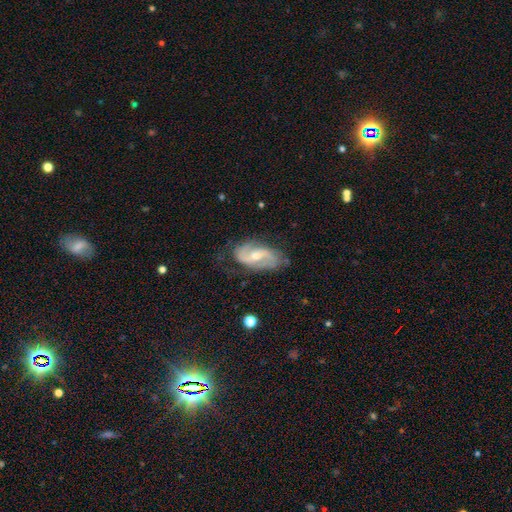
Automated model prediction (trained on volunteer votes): The model was most divided on "spiral winding": medium: 44%, loose: 36%, tight: 20%. Remaining: edge-on disk — no (95%); spiral arms — yes (93%); spiral arm count — 2 (84%); smooth or featured — featured or disk (81%); merging — none (67%); bulge size — moderate (55%); bar — weak (48%).